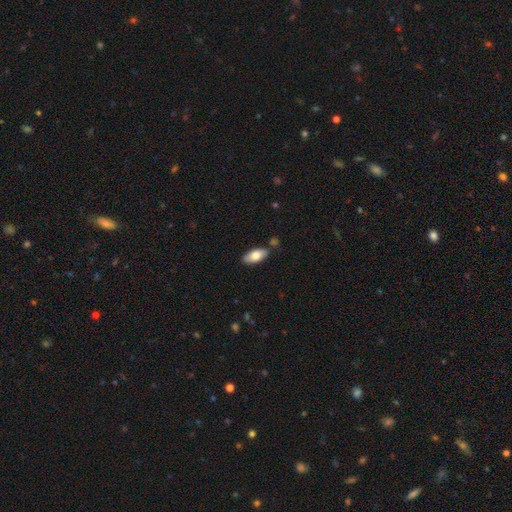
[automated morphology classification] smooth 78%, featured or disk 16%, star or artifact 6%. Down the decision tree: how rounded — in between (91%); merging — none (80%).